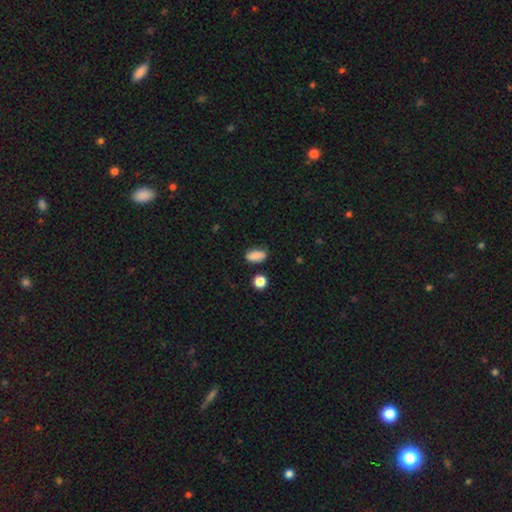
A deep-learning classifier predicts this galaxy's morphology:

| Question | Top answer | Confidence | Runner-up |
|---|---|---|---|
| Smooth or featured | smooth | 83% | star or artifact (9%) |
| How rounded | in between | 85% | round (8%) |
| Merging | none | 77% | minor disturbance (16%) |